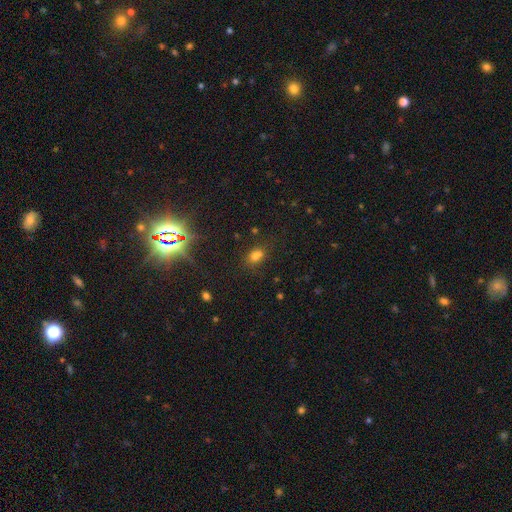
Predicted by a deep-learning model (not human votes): Smooth or featured: smooth — 65% (star or artifact — 25%)
How rounded: in between — 62% (round — 35%)
Merging: none — 55% (merger — 24%)